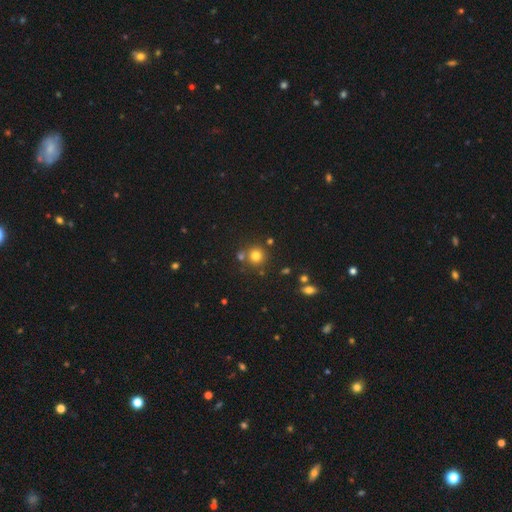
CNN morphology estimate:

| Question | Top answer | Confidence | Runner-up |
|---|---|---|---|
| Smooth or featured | smooth | 77% | star or artifact (16%) |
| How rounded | round | 92% | in between (7%) |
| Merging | none | 73% | merger (15%) |